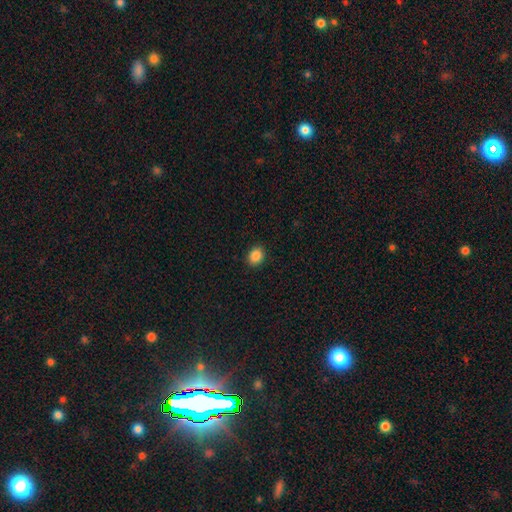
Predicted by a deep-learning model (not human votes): A smooth galaxy with no disk features (87%) that is round (51%).

Vote fractions:
- Smooth or featured? smooth: 87% / star or artifact: 9% / featured or disk: 4%
- How rounded? round: 51% / in between: 49% / cigar-shaped: 1%
- Merging? none: 90% / minor disturbance: 7% / major disturbance: 2% / merger: 1%